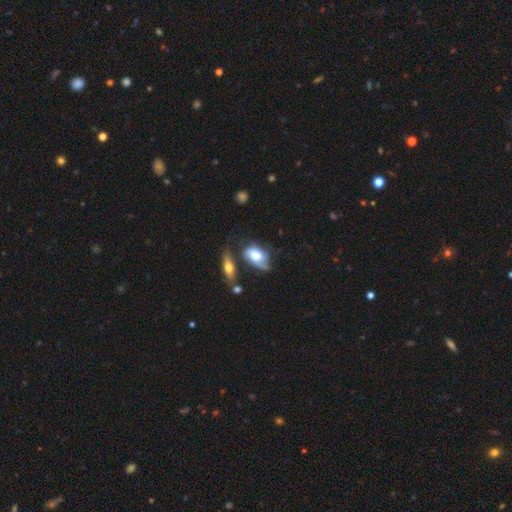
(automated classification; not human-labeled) A smooth galaxy with no disk features (55%) that is in between round and cigar-shaped (84%). Merging: none (32%).